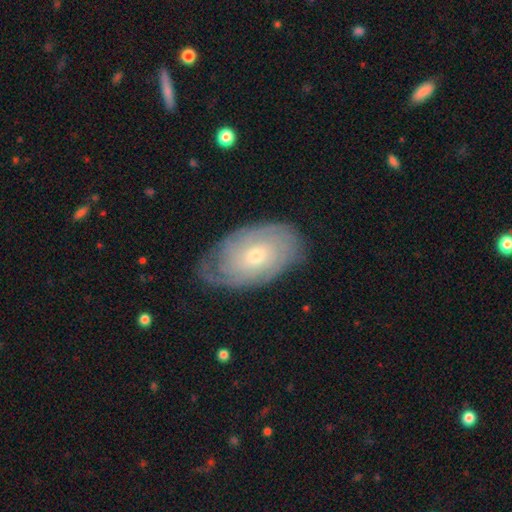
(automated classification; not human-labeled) smooth-or-featured: featured or disk: 75% | smooth: 19% | star or artifact: 6%
  disk-edge-on: no: 94% | yes: 6%
    bar: no: 74% | weak: 22% | strong: 4%
    has-spiral-arms: yes: 92% | no: 8%
      spiral-winding: tight: 76% | medium: 19% | loose: 5%
      spiral-arm-count: can't tell: 50% | 2: 20% | 3: 12% | 4: 8% | more than 4: 5% | 1: 5%
    bulge-size: small: 54% | moderate: 43% | large: 2% | none: 1% | dominant: 1%
  merging: none: 75% | minor disturbance: 18% | major disturbance: 5% | merger: 1%